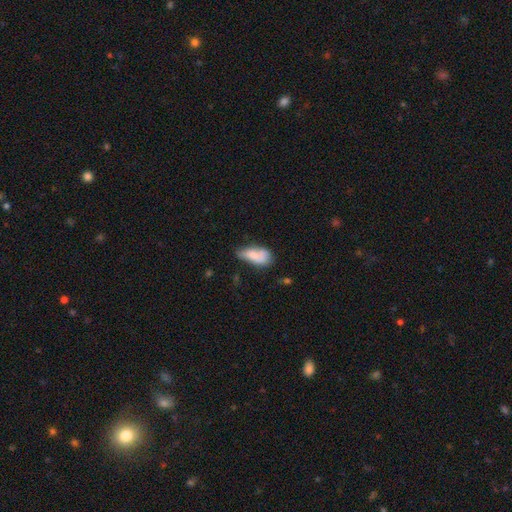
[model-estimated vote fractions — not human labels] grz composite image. It shows a smooth galaxy with no disk features (73%) that is in between round and cigar-shaped (86%). Merging: none (37%).